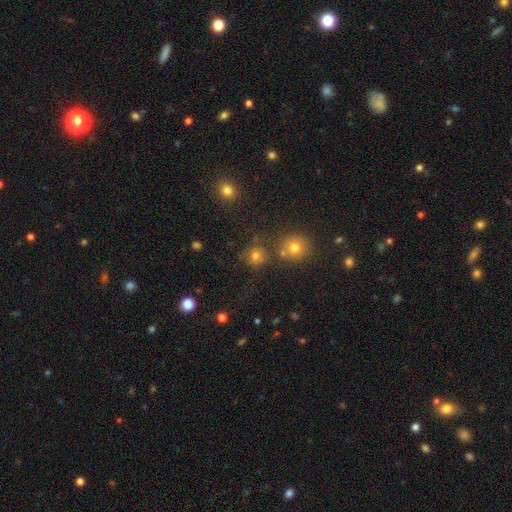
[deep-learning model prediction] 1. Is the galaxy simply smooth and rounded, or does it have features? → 72% smooth, 20% star or artifact, 7% featured or disk.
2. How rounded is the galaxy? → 87% round, 12% in between, 1% cigar-shaped.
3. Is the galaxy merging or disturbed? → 74% none, 11% merger, 10% minor disturbance, 5% major disturbance.